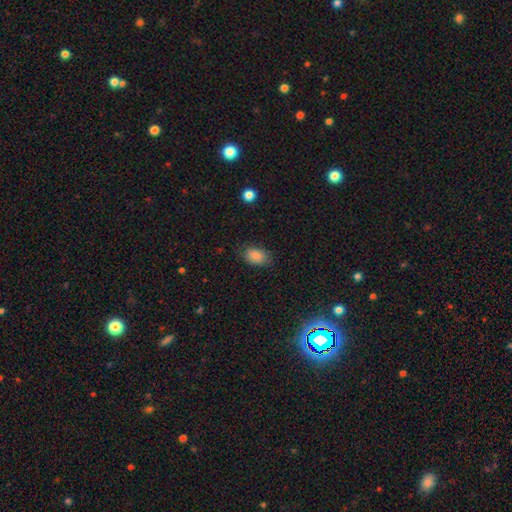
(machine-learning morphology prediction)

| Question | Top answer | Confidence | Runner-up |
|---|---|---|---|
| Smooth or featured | smooth | 87% | star or artifact (8%) |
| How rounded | in between | 86% | round (12%) |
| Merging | none | 80% | minor disturbance (15%) |